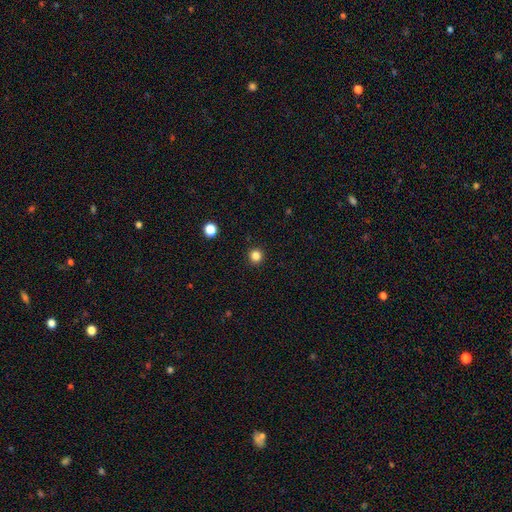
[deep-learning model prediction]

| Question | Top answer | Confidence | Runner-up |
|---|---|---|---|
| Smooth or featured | smooth | 83% | star or artifact (13%) |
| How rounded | round | 95% | in between (4%) |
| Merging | none | 93% | minor disturbance (4%) |